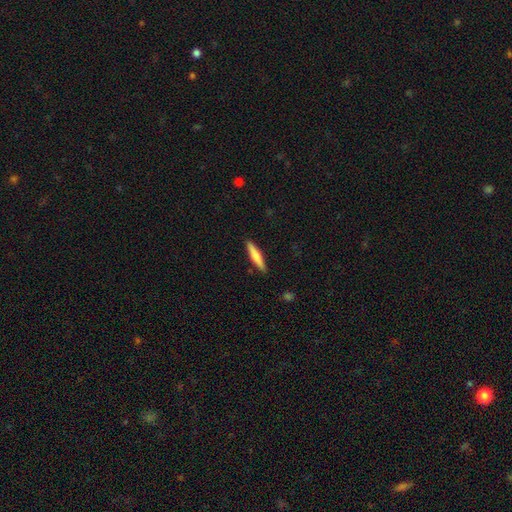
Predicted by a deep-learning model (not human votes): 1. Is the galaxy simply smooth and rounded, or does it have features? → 68% smooth, 27% featured or disk, 5% star or artifact.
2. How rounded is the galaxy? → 89% cigar-shaped, 10% in between, 1% round.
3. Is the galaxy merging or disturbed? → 90% none, 7% minor disturbance, 2% major disturbance, 1% merger.